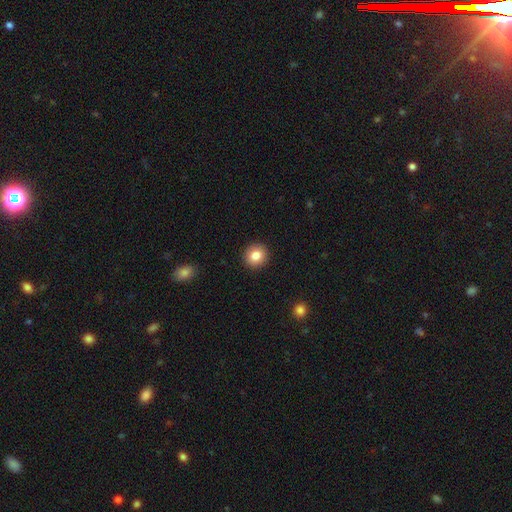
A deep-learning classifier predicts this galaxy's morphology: type=smooth (84%); roundness=round (86%); merging=none (92%).